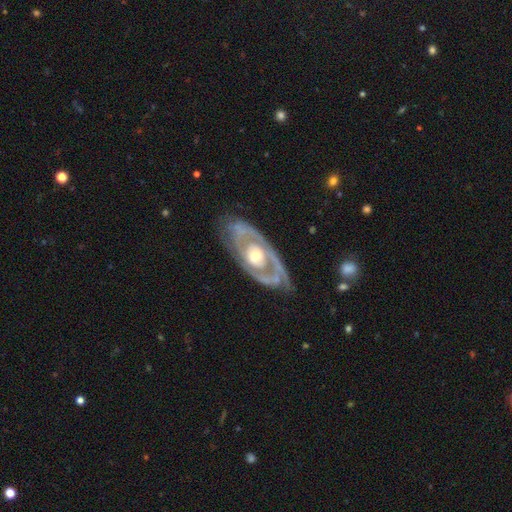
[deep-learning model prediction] Smooth or featured?
  - featured or disk: 85% *
  - smooth: 11%
  - star or artifact: 4%
Edge-on disk?
  - no: 92% *
  - yes: 8%
Bar?
  - no: 81% *
  - weak: 13%
  - strong: 6%
Spiral arms?
  - yes: 71% *
  - no: 29%
Spiral winding?
  - tight: 56% *
  - medium: 31%
  - loose: 13%
Spiral arm count?
  - 2: 57% *
  - can't tell: 23%
  - 1: 9%
  - 3: 6%
  - 4: 3%
  - more than 4: 3%
Bulge size?
  - moderate: 65% *
  - small: 24%
  - large: 8%
  - dominant: 1%
  - none: 1%
Merging?
  - none: 71% *
  - minor disturbance: 18%
  - major disturbance: 9%
  - merger: 2%